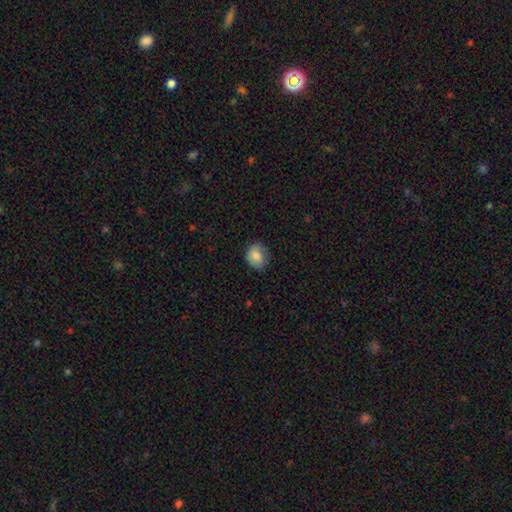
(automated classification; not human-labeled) Smooth or featured: smooth — 85% (star or artifact — 8%)
How rounded: round — 50% (in between — 49%)
Merging: none — 79% (minor disturbance — 17%)